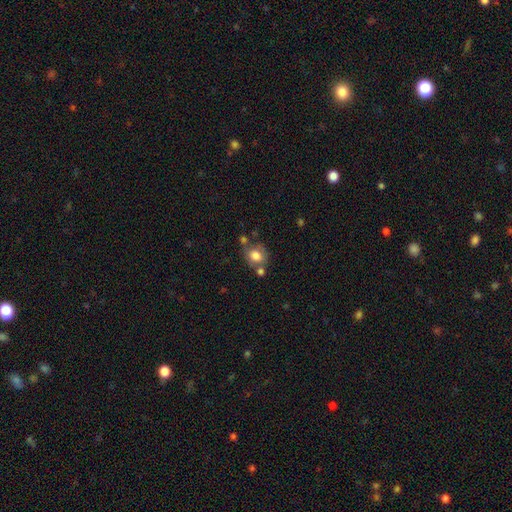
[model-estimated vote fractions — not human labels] Q: Smooth or featured?
A: smooth (76%); runner-up: featured or disk (15%)
Q: How rounded?
A: round (64%); runner-up: in between (35%)
Q: Merging?
A: none (56%); runner-up: merger (19%)